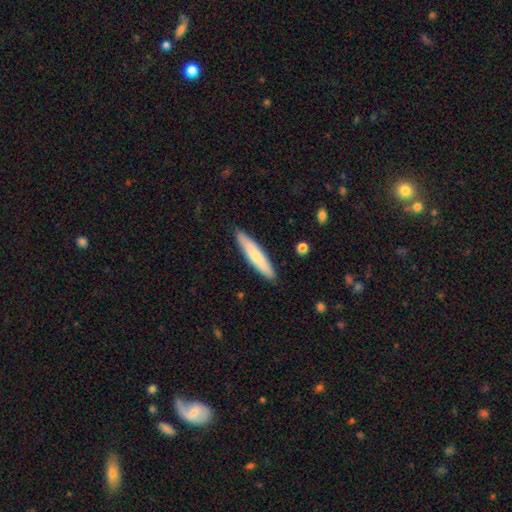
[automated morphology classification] Overall: smooth (72%). How rounded: cigar-shaped (87%). Merging: none (89%).